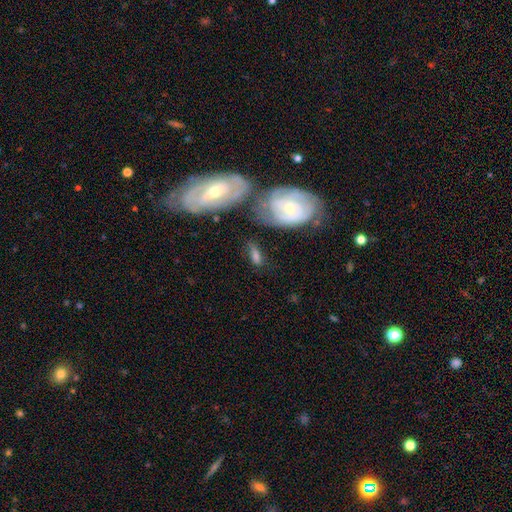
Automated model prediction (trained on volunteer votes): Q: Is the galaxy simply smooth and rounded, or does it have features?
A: featured or disk — 45%, tied with smooth.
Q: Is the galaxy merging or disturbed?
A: none — 50%.